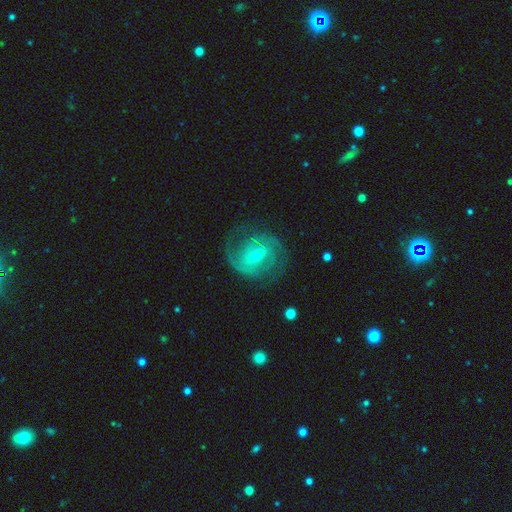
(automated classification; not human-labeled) Q: Smooth or featured?
A: featured or disk (88%); runner-up: smooth (7%)
Q: Edge-on disk?
A: no (97%); runner-up: yes (3%)
Q: Bar?
A: weak (49%); runner-up: strong (31%)
Q: Spiral arms?
A: yes (96%); runner-up: no (4%)
Q: Spiral winding?
A: medium (45%); runner-up: tight (42%)
Q: Spiral arm count?
A: 2 (66%); runner-up: 3 (12%)
Q: Bulge size?
A: small (56%); runner-up: moderate (41%)
Q: Merging?
A: none (74%); runner-up: minor disturbance (16%)